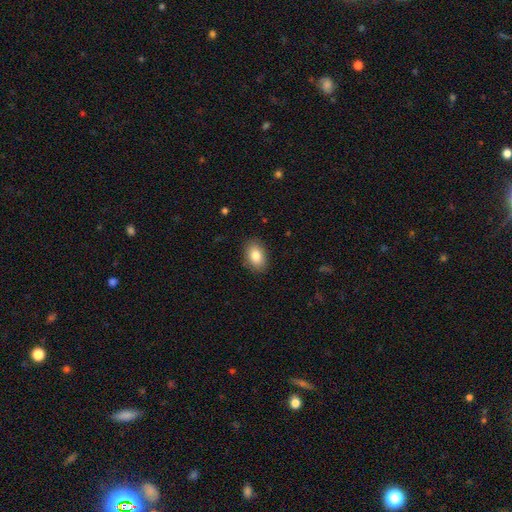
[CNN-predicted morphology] Smooth or featured? Predicted: smooth (p=0.83). How rounded? Predicted: in between (p=0.86). Merging? Predicted: none (p=0.86).